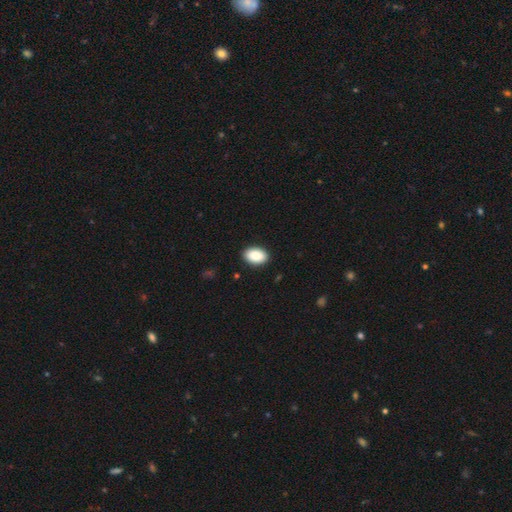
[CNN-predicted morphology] The model was most divided on "how rounded": in between: 90%, round: 9%, cigar-shaped: 1%. More confident: merging — none (91%); smooth or featured — smooth (90%).